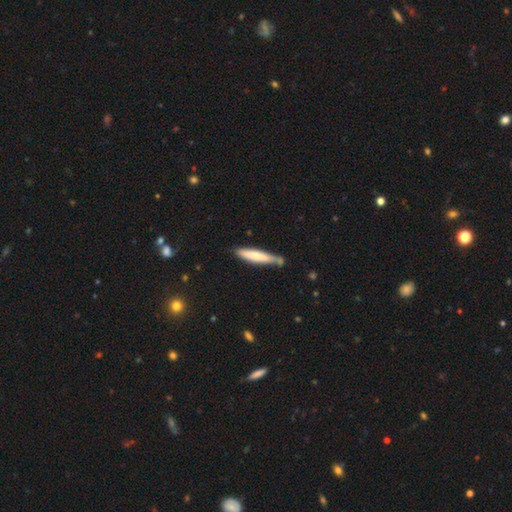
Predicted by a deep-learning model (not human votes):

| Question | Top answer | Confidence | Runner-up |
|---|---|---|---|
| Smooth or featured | smooth | 71% | featured or disk (23%) |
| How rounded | cigar-shaped | 88% | in between (11%) |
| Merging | none | 64% | minor disturbance (22%) |